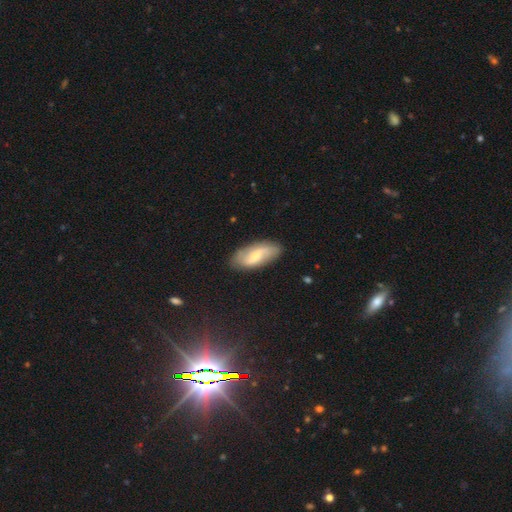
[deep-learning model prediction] smooth_or_featured: featured or disk (p=0.61) [alt: smooth p=0.33]
disk_edge_on: no (p=0.92) [alt: yes p=0.08]
bar: weak (p=0.52) [alt: no p=0.28]
has_spiral_arms: yes (p=0.85) [alt: no p=0.15]
bulge_size: small (p=0.55) [alt: moderate p=0.37]
merging: none (p=0.81) [alt: minor disturbance p=0.14]